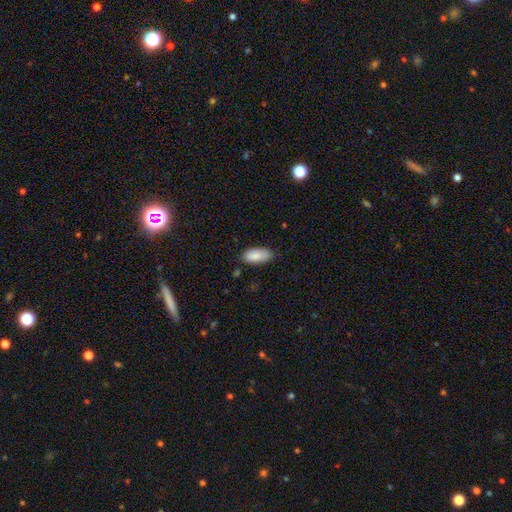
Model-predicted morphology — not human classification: Smooth or featured?
  - smooth: 87% *
  - featured or disk: 6%
  - star or artifact: 6%
How rounded?
  - in between: 91% *
  - cigar-shaped: 8%
  - round: 2%
Merging?
  - none: 79% *
  - minor disturbance: 17%
  - major disturbance: 3%
  - merger: 2%